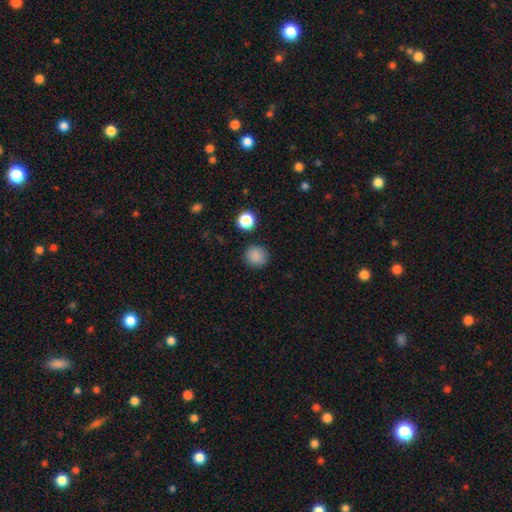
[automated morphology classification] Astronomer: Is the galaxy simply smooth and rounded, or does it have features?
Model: smooth — 85%.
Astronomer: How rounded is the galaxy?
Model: round — 91%.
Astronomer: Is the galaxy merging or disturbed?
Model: none — 87%.